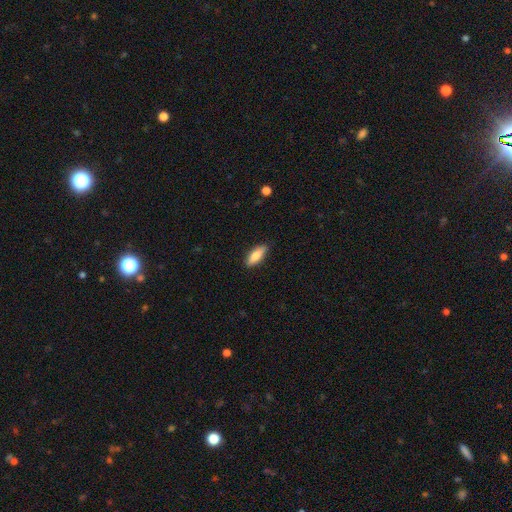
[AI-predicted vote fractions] Smooth or featured?
  - smooth: 80% *
  - featured or disk: 14%
  - star or artifact: 6%
How rounded?
  - in between: 67% *
  - cigar-shaped: 31%
  - round: 2%
Merging?
  - none: 86% *
  - minor disturbance: 11%
  - major disturbance: 2%
  - merger: 1%